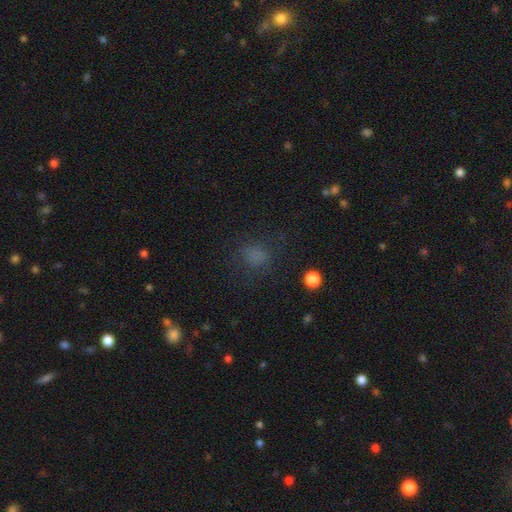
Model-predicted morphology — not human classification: smooth 70%, star or artifact 21%, featured or disk 9%. Down the decision tree: how rounded — round (61%); merging — none (71%).